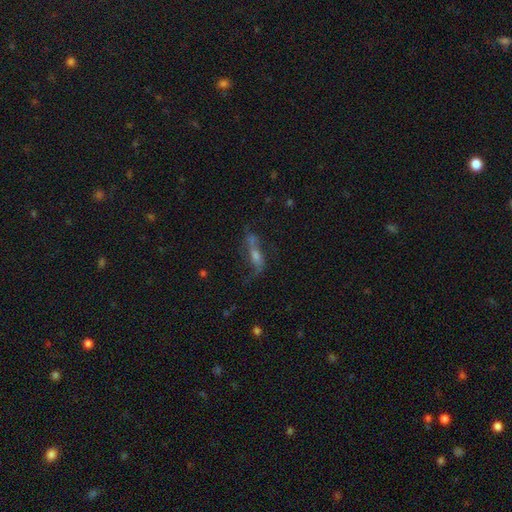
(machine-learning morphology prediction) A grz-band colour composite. It shows a featured or disk galaxy (61%). Merging: none (50%).